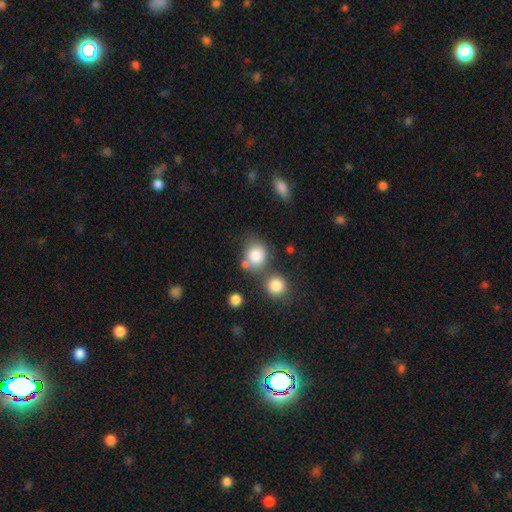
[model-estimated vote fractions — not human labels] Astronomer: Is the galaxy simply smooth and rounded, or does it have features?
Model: smooth — 82%.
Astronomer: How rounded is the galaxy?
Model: round — 71%.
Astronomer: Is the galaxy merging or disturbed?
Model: none — 56%.